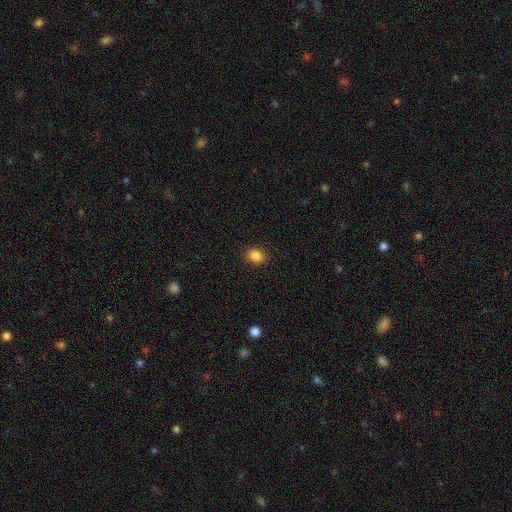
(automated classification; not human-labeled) Smooth or featured: smooth — 85% (star or artifact — 10%)
How rounded: round — 53% (in between — 46%)
Merging: none — 90% (minor disturbance — 7%)